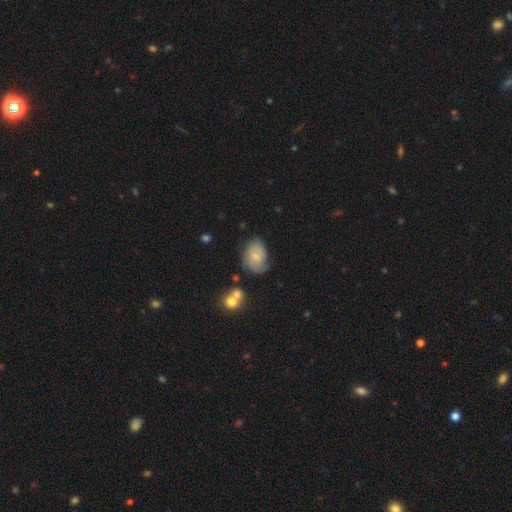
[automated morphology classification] smooth-or-featured: smooth: 55% | featured or disk: 37% | star or artifact: 8%
  how-rounded: in between: 69% | round: 30% | cigar-shaped: 1%
  merging: none: 51% | minor disturbance: 33% | major disturbance: 12% | merger: 4%